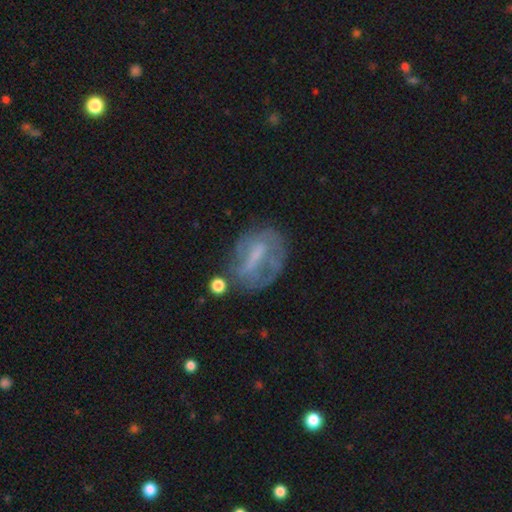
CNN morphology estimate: A featured or disk galaxy (60%) with a weak bar (40%), no spiral arms (51%) and no central bulge (40%). Merging: none (48%).